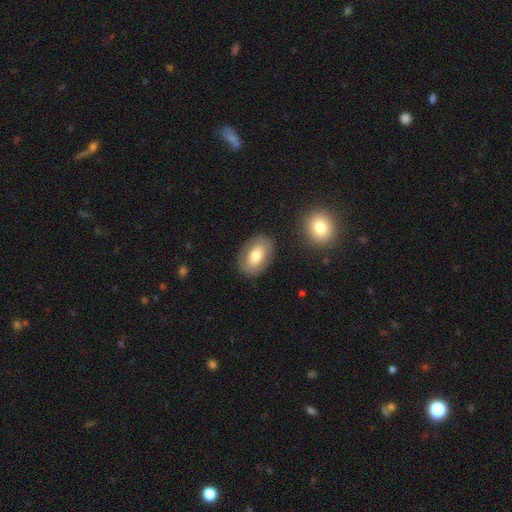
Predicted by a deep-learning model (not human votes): The model was most divided on "smooth or featured": smooth: 69%, featured or disk: 24%, star or artifact: 7%. More confident: how rounded — in between (87%); merging — none (83%).